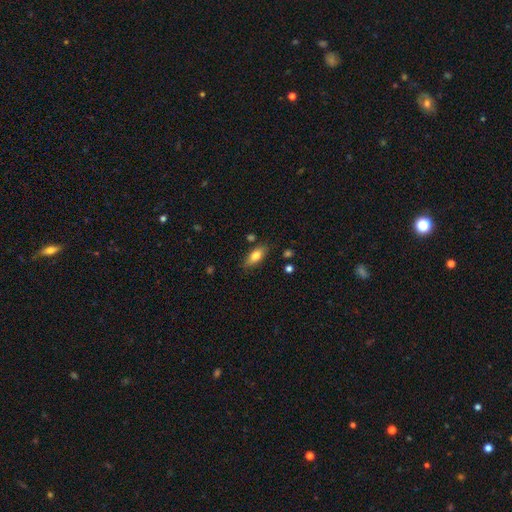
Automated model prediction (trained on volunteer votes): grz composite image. It shows a smooth galaxy with no disk features (77%) that is in between round and cigar-shaped (80%). Merging: none (81%).